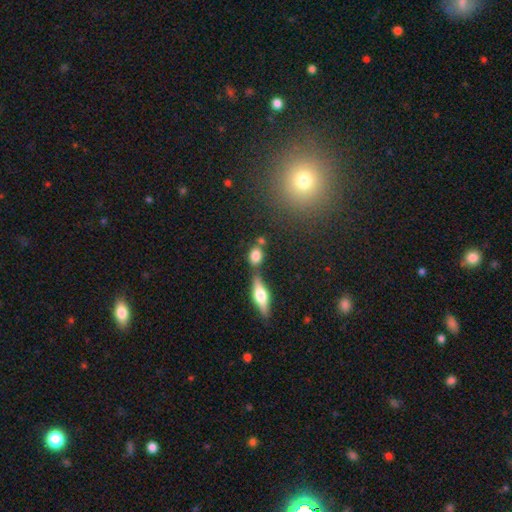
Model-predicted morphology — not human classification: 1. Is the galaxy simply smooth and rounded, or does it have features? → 78% smooth, 12% featured or disk, 10% star or artifact.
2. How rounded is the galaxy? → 60% in between, 34% round, 6% cigar-shaped.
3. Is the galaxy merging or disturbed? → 60% none, 22% merger, 13% minor disturbance, 5% major disturbance.